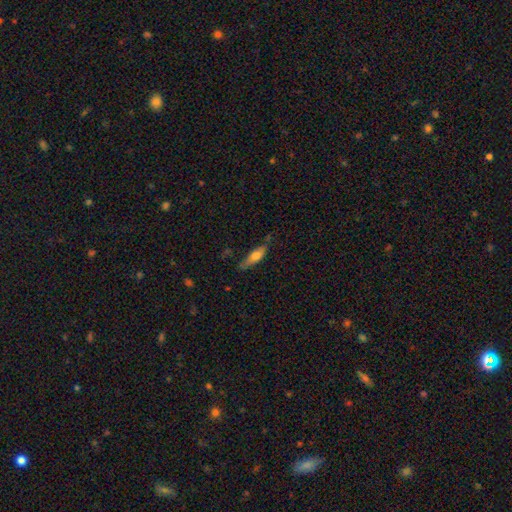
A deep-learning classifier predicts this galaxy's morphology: A smooth galaxy with no disk features (61%) that is cigar-shaped (52%). Merging: none (61%).